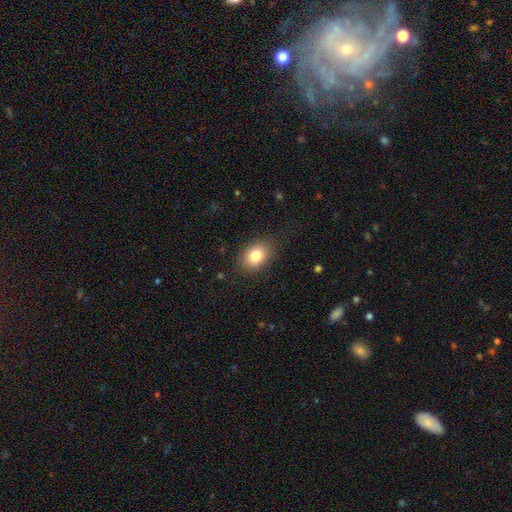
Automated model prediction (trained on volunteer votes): smooth 82%, star or artifact 9%, featured or disk 9%. Down the decision tree: how rounded — in between (68%); merging — none (84%).